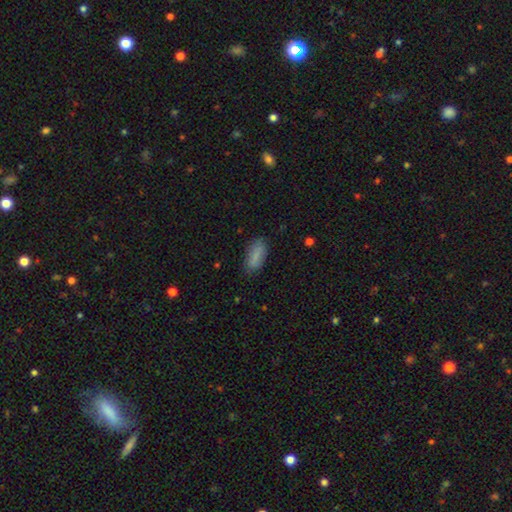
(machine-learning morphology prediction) A smooth galaxy with no disk features (84%) that is in between round and cigar-shaped (81%). Merging: none (79%).